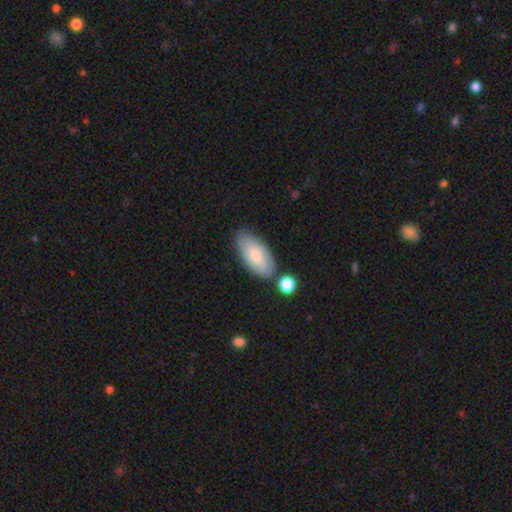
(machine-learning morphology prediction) Smooth or featured: smooth — 72% (featured or disk — 22%)
How rounded: in between — 91% (cigar-shaped — 7%)
Merging: none — 68% (minor disturbance — 18%)